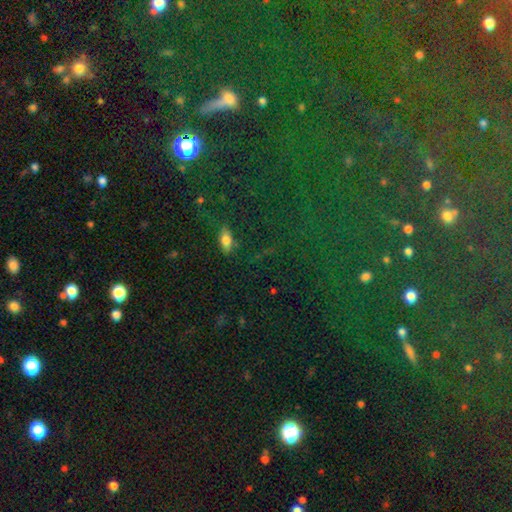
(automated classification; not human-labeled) The model was most divided on "smooth or featured": star or artifact: 64%, smooth: 24%, featured or disk: 13%.